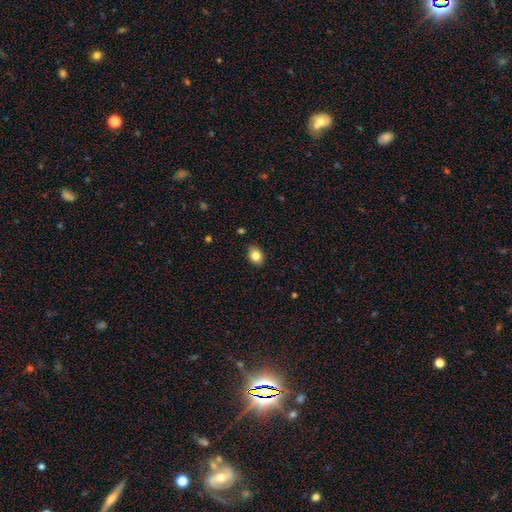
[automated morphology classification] This is clearly a smooth galaxy (83%). How rounded: likely in between (66%). Merging: clearly none (86%).